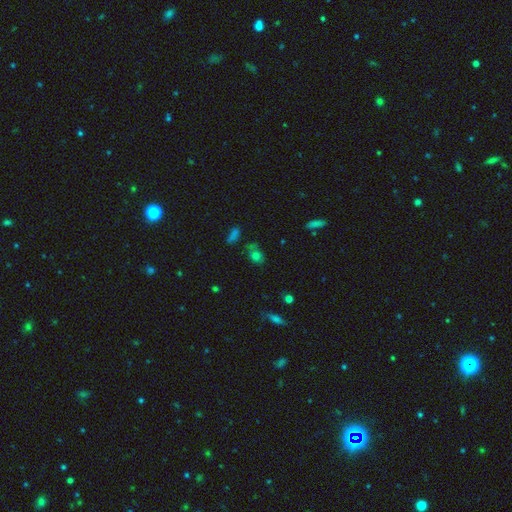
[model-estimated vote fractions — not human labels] A smooth galaxy with no disk features (69%) that is in between round and cigar-shaped (56%). Merging: none (60%).